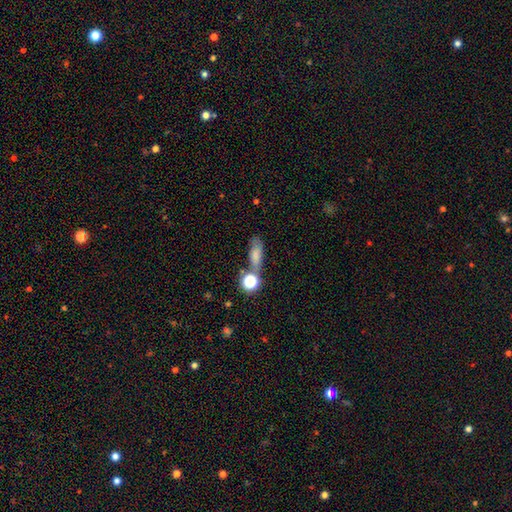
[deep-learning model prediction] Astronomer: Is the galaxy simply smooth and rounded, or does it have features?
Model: smooth — 72%.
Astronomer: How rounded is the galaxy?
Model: in between — 58%.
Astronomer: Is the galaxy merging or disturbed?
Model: none — 50%.